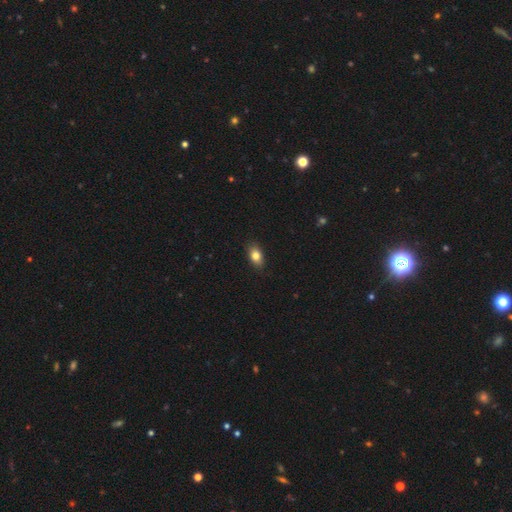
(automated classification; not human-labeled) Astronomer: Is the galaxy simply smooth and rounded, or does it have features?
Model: smooth — 82%.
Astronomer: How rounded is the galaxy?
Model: in between — 84%.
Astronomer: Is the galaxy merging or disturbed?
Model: none — 86%.